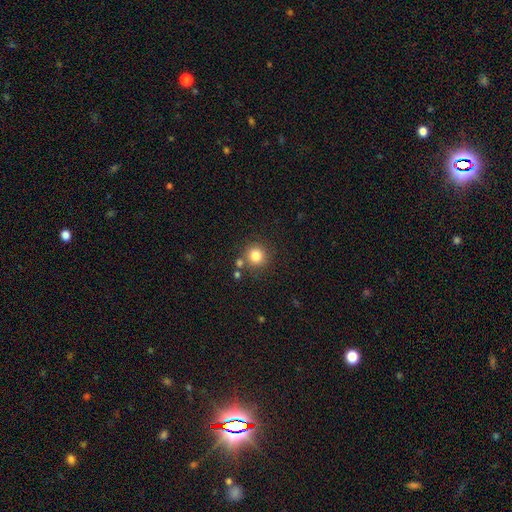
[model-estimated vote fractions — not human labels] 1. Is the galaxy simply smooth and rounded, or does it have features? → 82% smooth, 12% star or artifact, 6% featured or disk.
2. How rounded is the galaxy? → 93% round, 6% in between, 1% cigar-shaped.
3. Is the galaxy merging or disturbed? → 78% none, 10% merger, 9% minor disturbance, 3% major disturbance.